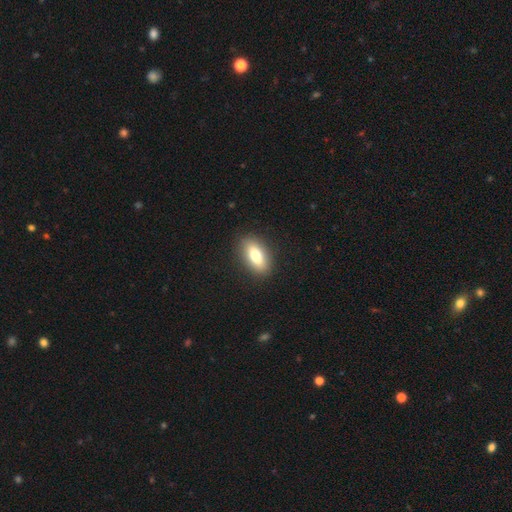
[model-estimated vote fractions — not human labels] Smooth or featured: smooth — 76% (featured or disk — 17%)
How rounded: in between — 85% (cigar-shaped — 10%)
Merging: none — 89% (minor disturbance — 7%)